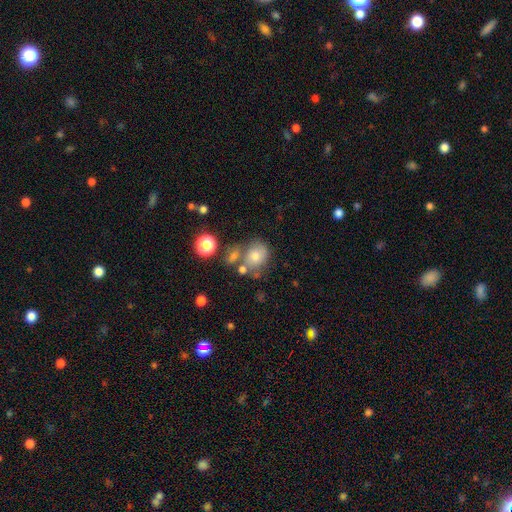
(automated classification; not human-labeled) smooth 69%, featured or disk 18%, star or artifact 13%. Down the decision tree: how rounded — round (59%); merging — none (49%).